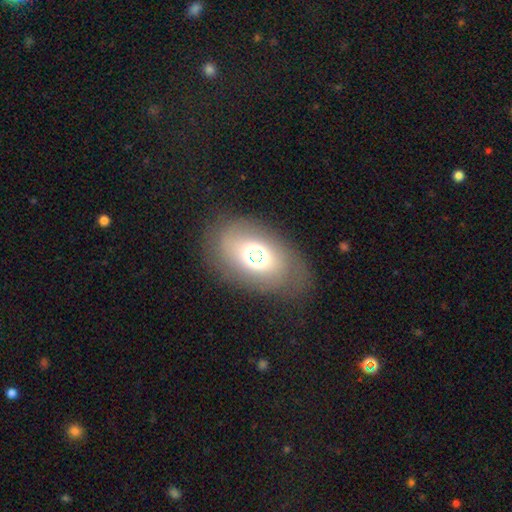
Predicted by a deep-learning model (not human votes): Smooth or featured? smooth (55%)
How rounded? in between (75%)
Merging? none (75%)